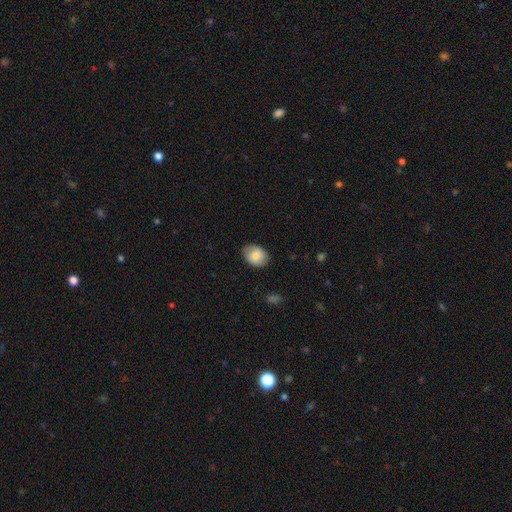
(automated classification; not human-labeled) Smooth or featured?
  - smooth: 82% *
  - featured or disk: 11%
  - star or artifact: 7%
How rounded?
  - in between: 66% *
  - round: 33%
  - cigar-shaped: 1%
Merging?
  - none: 79% *
  - minor disturbance: 16%
  - major disturbance: 3%
  - merger: 1%